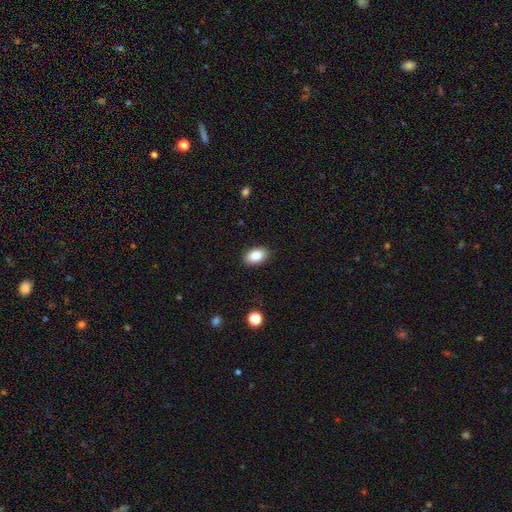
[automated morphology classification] A smooth galaxy with no disk features (87%) that is in between round and cigar-shaped (90%).

Vote fractions:
- Smooth or featured? smooth: 87% / star or artifact: 8% / featured or disk: 6%
- How rounded? in between: 90% / round: 8% / cigar-shaped: 1%
- Merging? none: 88% / minor disturbance: 9% / major disturbance: 2% / merger: 1%